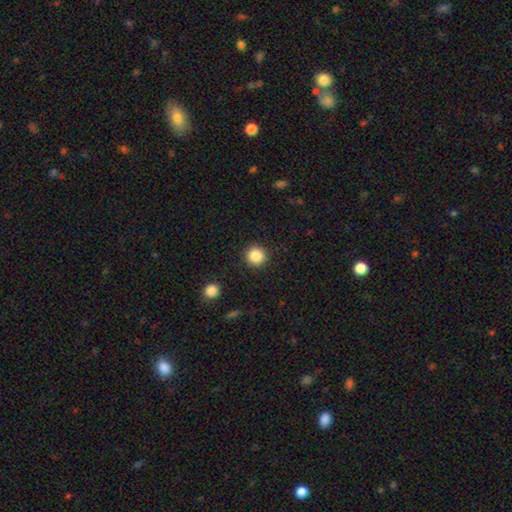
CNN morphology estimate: Smooth or featured: smooth — 86% (star or artifact — 10%)
How rounded: round — 93% (in between — 6%)
Merging: none — 91% (minor disturbance — 6%)